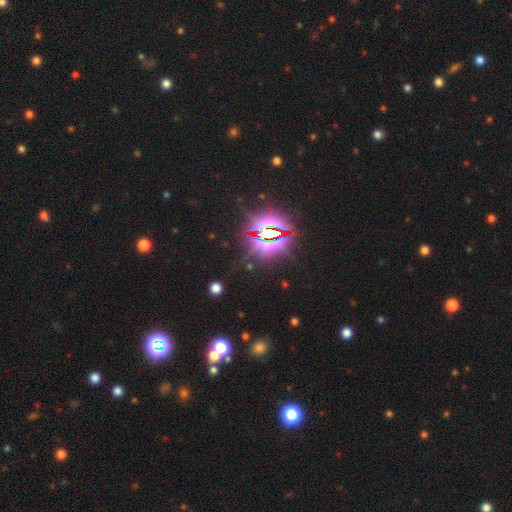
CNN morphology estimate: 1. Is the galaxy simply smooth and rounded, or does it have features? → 84% star or artifact, 10% smooth, 6% featured or disk.